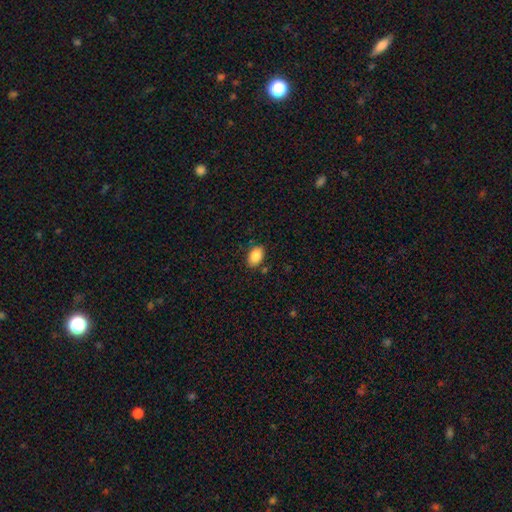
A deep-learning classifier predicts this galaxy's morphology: A smooth galaxy with no disk features (87%) that is in between round and cigar-shaped (90%). Merging: none (84%).